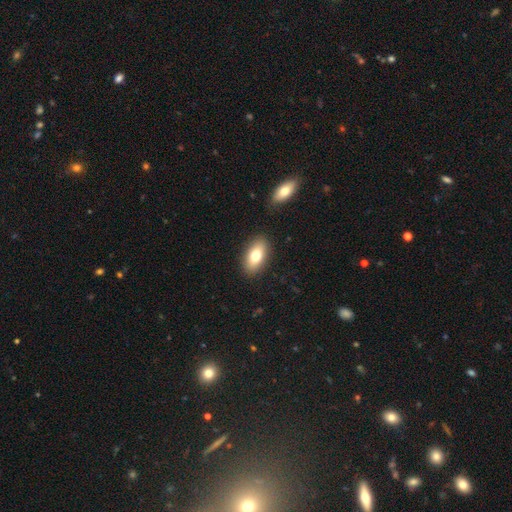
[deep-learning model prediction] Smooth or featured?
  - smooth: 76% *
  - featured or disk: 17%
  - star or artifact: 7%
How rounded?
  - in between: 90% *
  - cigar-shaped: 6%
  - round: 5%
Merging?
  - none: 87% *
  - minor disturbance: 9%
  - major disturbance: 2%
  - merger: 2%